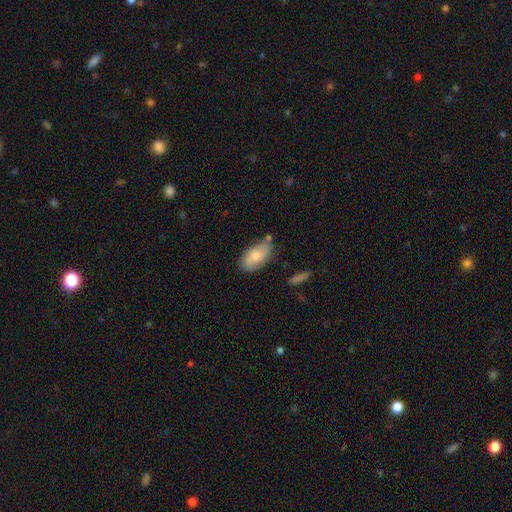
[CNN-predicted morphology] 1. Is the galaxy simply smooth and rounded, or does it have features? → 70% smooth, 24% featured or disk, 7% star or artifact.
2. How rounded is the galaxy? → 92% in between, 5% cigar-shaped, 3% round.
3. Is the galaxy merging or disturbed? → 63% none, 25% minor disturbance, 7% merger, 6% major disturbance.